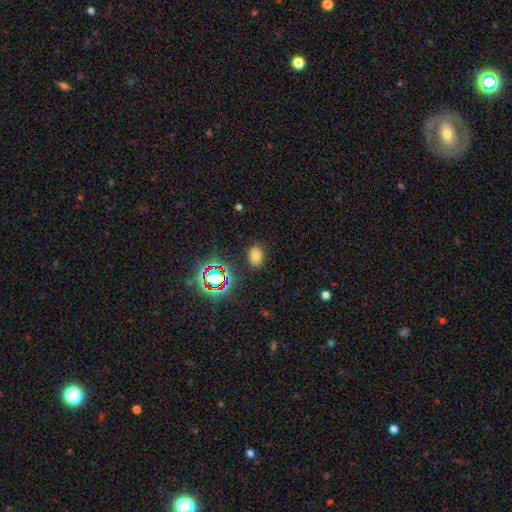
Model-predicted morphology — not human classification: This is likely a smooth galaxy (67%). How rounded: likely in between (75%). Merging: clearly none (85%).